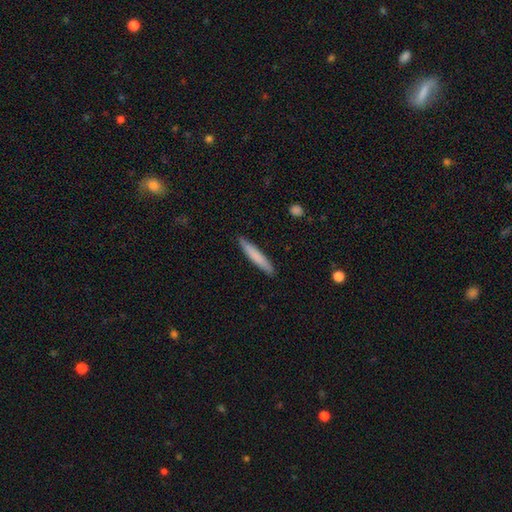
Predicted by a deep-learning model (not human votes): Overall: smooth (78%). How rounded: cigar-shaped (93%). Merging: none (90%).